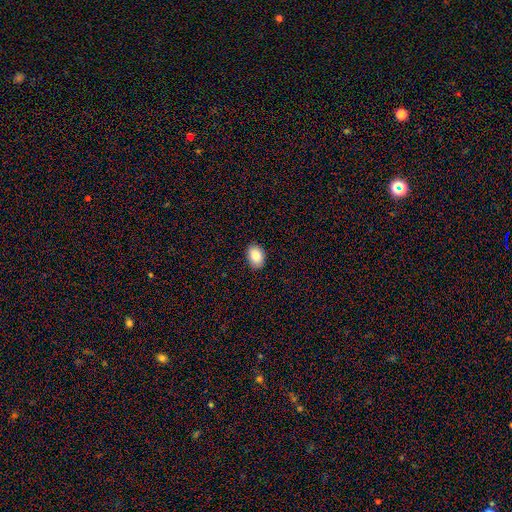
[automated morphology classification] This appears to be a smooth galaxy with no disk features (86%) that is in between round and cigar-shaped (81%). Merging: none (89%).